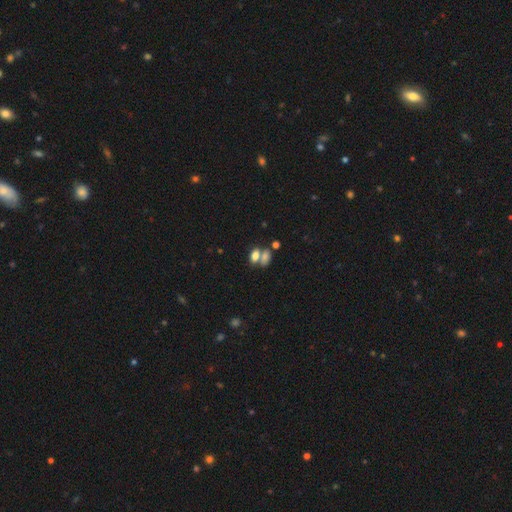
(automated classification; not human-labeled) A smooth galaxy with no disk features (77%) that is in between round and cigar-shaped (84%). Merging: merger (51%).